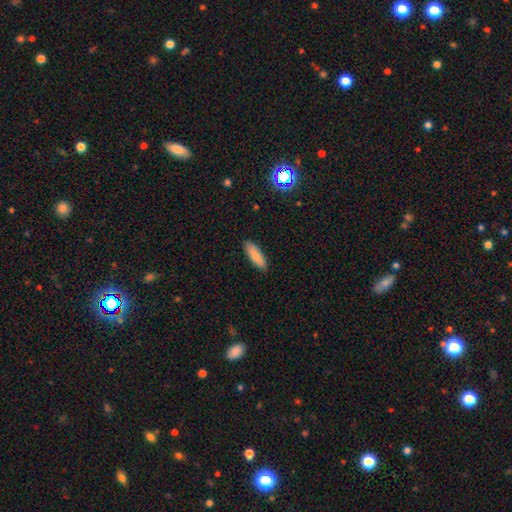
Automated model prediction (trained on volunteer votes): This is clearly a smooth galaxy (86%). How rounded: possibly in between (54%). Merging: clearly none (88%).